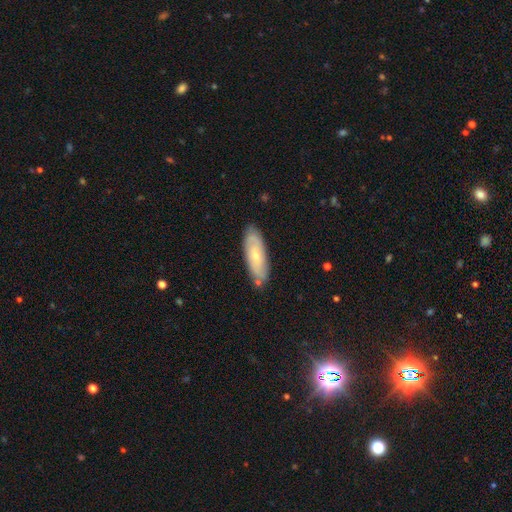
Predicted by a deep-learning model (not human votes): This appears to be a featured or disk galaxy (51%). Merging: none (81%).